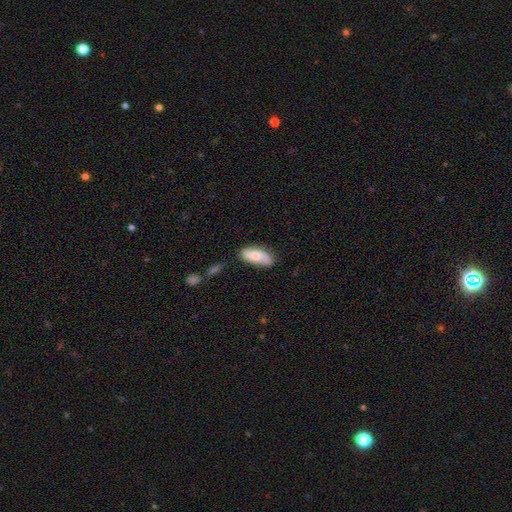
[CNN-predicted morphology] This appears to be a smooth galaxy with no disk features (61%) that is in between round and cigar-shaped (87%). Merging: none (71%).